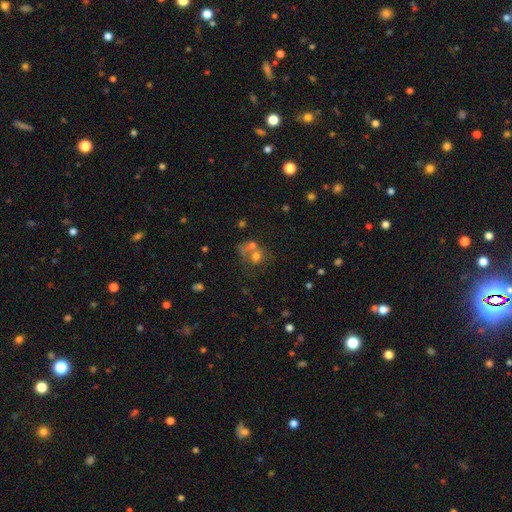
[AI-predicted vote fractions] smooth_or_featured: smooth (p=0.56) [alt: featured or disk p=0.25]
how_rounded: round (p=0.71) [alt: in between p=0.28]
merging: merger (p=0.46) [alt: none p=0.32]